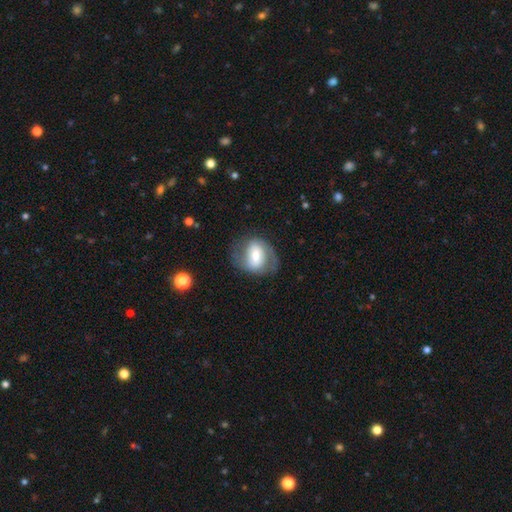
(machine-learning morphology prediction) smooth_or_featured: featured or disk (p=0.52) [alt: smooth p=0.41]
disk_edge_on: no (p=0.95) [alt: yes p=0.05]
merging: none (p=0.64) [alt: minor disturbance p=0.21]